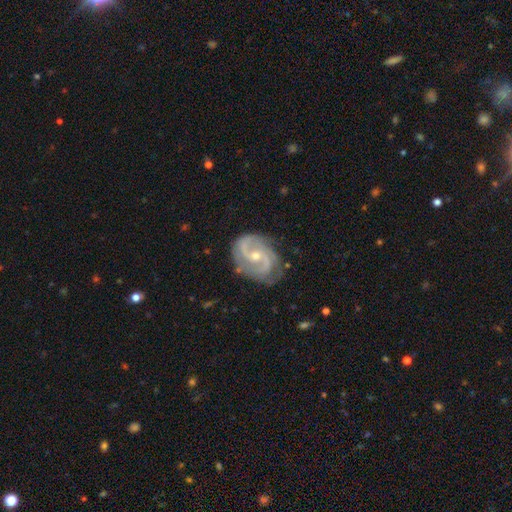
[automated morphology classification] featured or disk 89%, smooth 6%, star or artifact 5%. Down the decision tree: edge-on disk — no (97%); bar — no (46%); spiral arms — yes (97%); spiral arm count — 2 (83%); spiral winding — medium (52%); bulge size — small (54%); merging — none (74%).